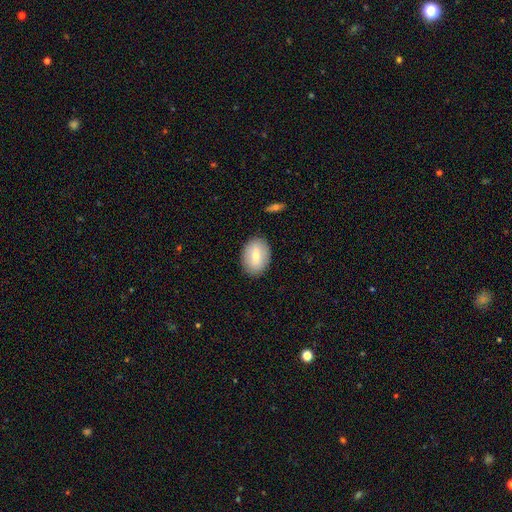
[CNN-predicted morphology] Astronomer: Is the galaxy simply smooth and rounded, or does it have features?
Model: smooth — 64%.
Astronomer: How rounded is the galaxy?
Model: in between — 75%.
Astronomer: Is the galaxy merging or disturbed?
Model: none — 87%.